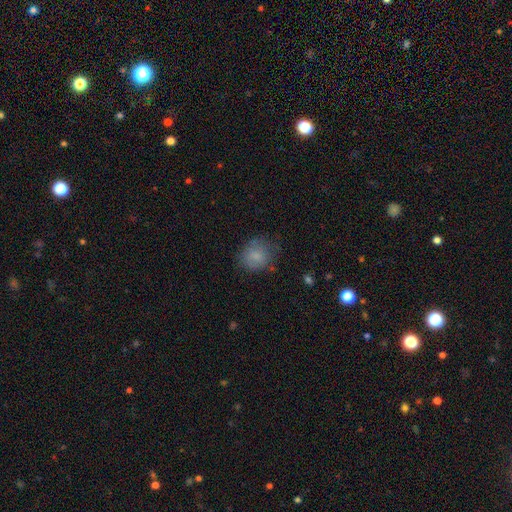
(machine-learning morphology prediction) smooth-or-featured: smooth: 81% | featured or disk: 10% | star or artifact: 9%
  how-rounded: round: 75% | in between: 25% | cigar-shaped: 1%
  merging: none: 68% | minor disturbance: 22% | major disturbance: 8% | merger: 2%